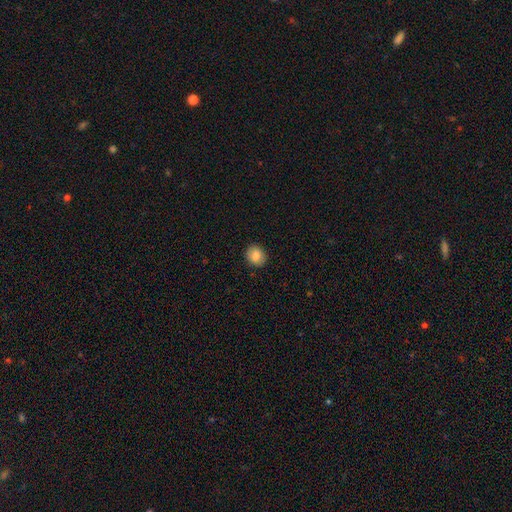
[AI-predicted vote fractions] The model was most divided on "how rounded": round: 74%, in between: 25%, cigar-shaped: 1%. More confident: merging — none (90%); smooth or featured — smooth (85%).